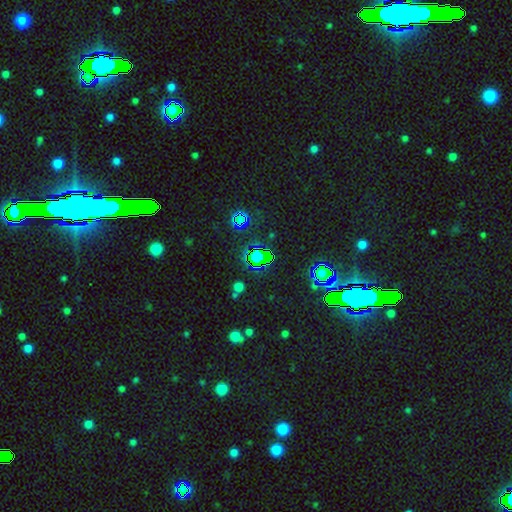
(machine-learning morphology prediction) smooth_or_featured: star or artifact (p=0.74) [alt: smooth p=0.17]